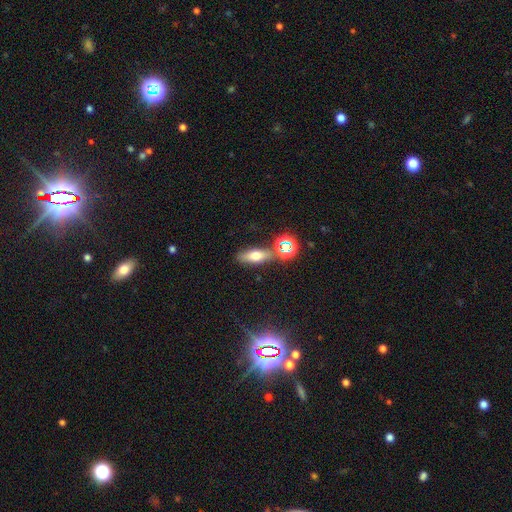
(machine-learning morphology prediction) A smooth galaxy with no disk features (59%) that is in between round and cigar-shaped (59%).

Vote fractions:
- Smooth or featured? smooth: 59% / featured or disk: 21% / star or artifact: 19%
- How rounded? in between: 59% / cigar-shaped: 30% / round: 11%
- Merging? none: 75% / minor disturbance: 11% / merger: 10% / major disturbance: 4%